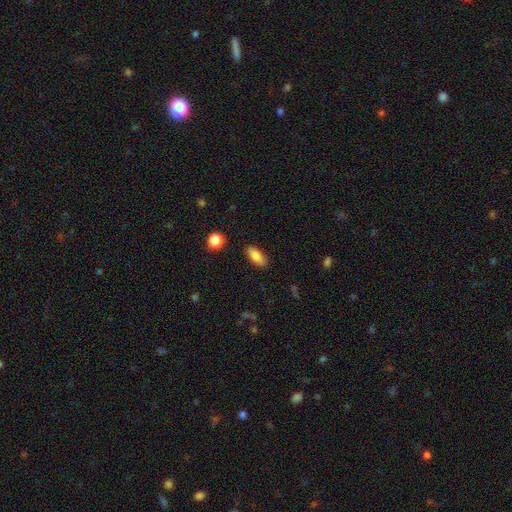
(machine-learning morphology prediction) This appears to be a smooth galaxy with no disk features (84%) that is in between round and cigar-shaped (83%). Merging: none (83%).